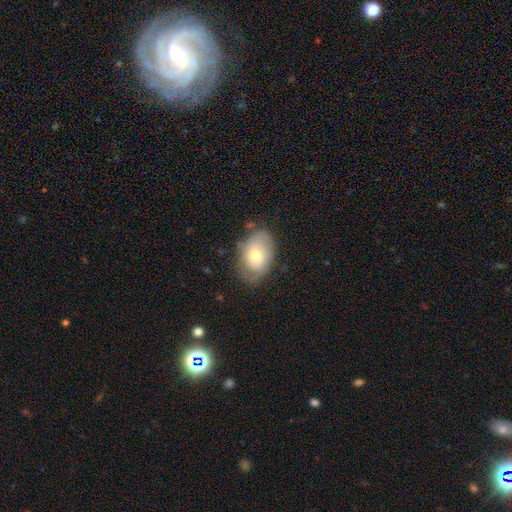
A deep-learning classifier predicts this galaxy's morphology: Smooth or featured: smooth — 57% (featured or disk — 36%)
How rounded: in between — 81% (round — 18%)
Merging: none — 65% (minor disturbance — 26%)